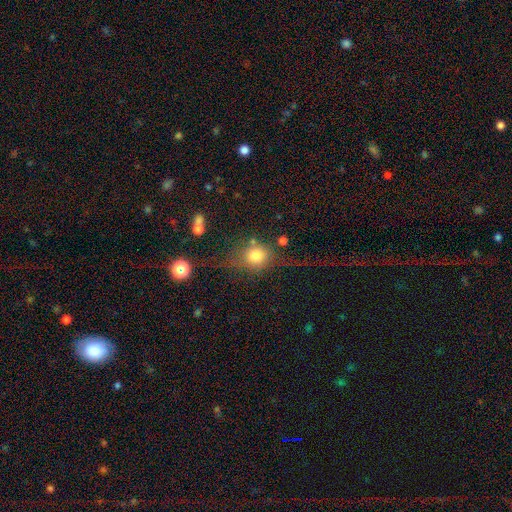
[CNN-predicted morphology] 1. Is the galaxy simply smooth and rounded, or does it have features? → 72% smooth, 15% featured or disk, 12% star or artifact.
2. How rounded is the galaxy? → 73% round, 25% in between, 2% cigar-shaped.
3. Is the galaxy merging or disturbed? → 54% none, 19% minor disturbance, 19% major disturbance, 9% merger.